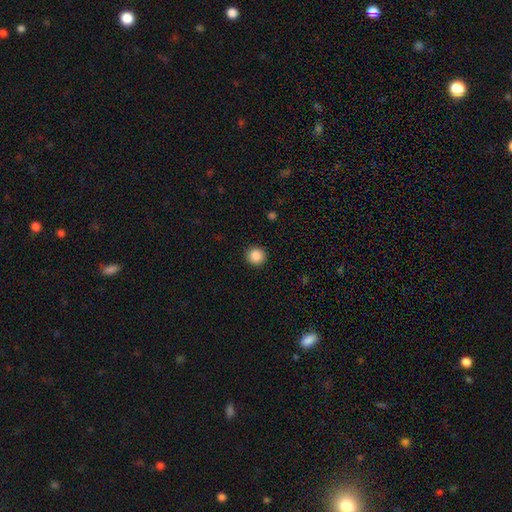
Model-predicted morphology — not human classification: type=smooth (87%); roundness=round (94%); merging=none (92%).